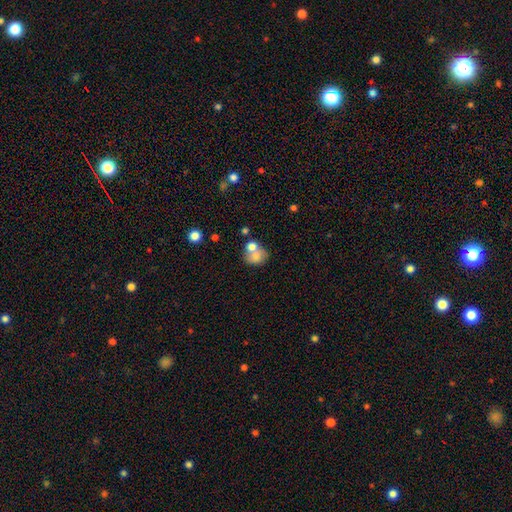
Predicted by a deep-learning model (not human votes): smooth_or_featured: smooth (p=0.70) [alt: featured or disk p=0.20]
how_rounded: round (p=0.65) [alt: in between p=0.34]
merging: merger (p=0.47) [alt: none p=0.35]